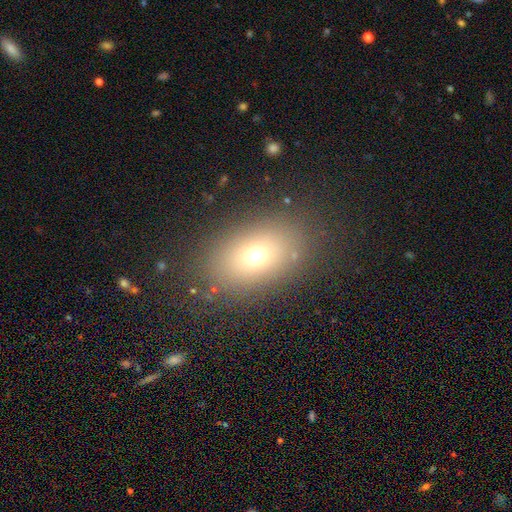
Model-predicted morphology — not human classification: This is likely a smooth galaxy (69%). How rounded: likely in between (76%). Merging: clearly none (82%).